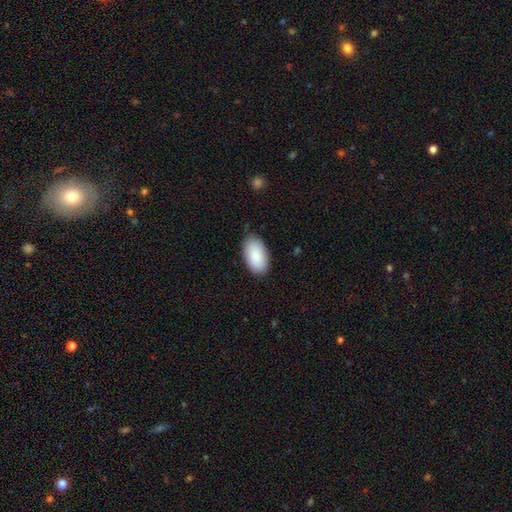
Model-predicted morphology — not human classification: smooth_or_featured: smooth (p=0.89) [alt: star or artifact p=0.06]
how_rounded: in between (p=0.96) [alt: round p=0.03]
merging: none (p=0.84) [alt: minor disturbance p=0.12]